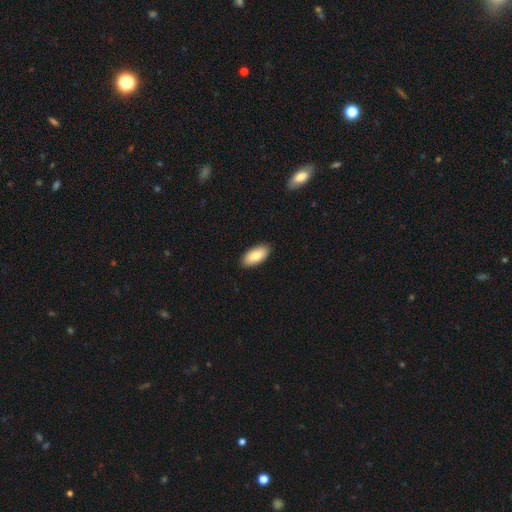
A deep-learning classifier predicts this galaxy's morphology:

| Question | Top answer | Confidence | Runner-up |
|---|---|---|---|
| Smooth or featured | smooth | 83% | featured or disk (11%) |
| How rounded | in between | 91% | cigar-shaped (7%) |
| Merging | none | 90% | minor disturbance (8%) |